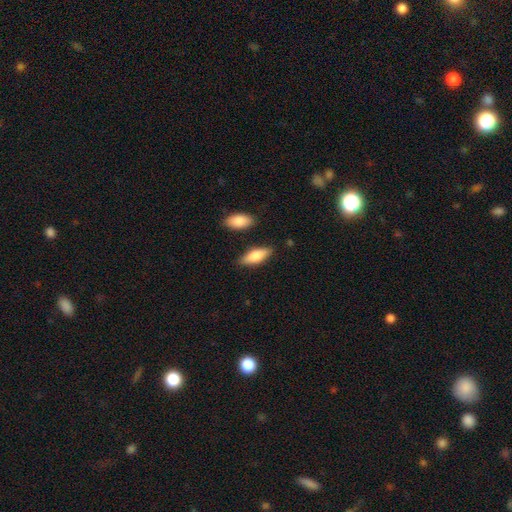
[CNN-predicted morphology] The model was most divided on "how rounded": in between: 74%, cigar-shaped: 23%, round: 2%. More confident: merging — none (81%); smooth or featured — smooth (80%).